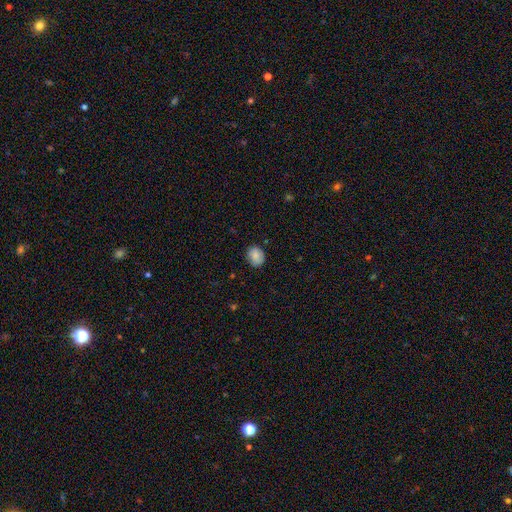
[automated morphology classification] A smooth galaxy with no disk features (83%) that is round (58%). Merging: none (81%).